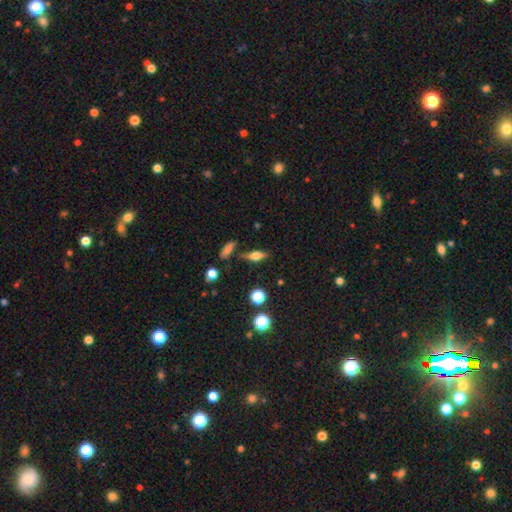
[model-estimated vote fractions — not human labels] Smooth or featured? smooth (46%)
Merging? none (75%)